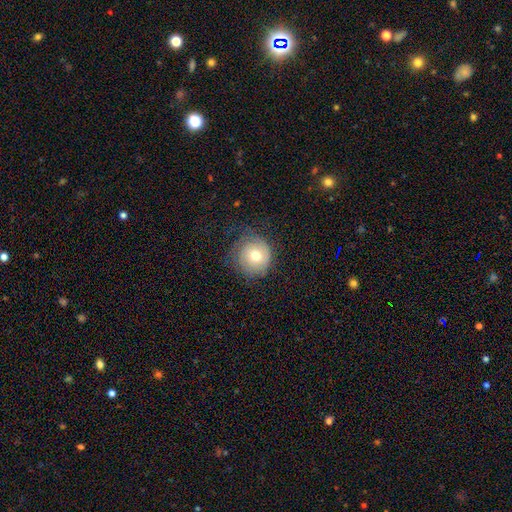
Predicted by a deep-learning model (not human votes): This is possibly a smooth galaxy (59%). How rounded: clearly round (90%). Merging: likely none (62%).